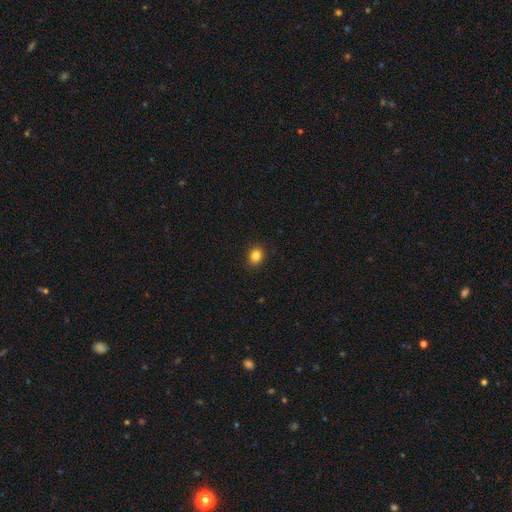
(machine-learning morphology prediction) This appears to be a smooth galaxy with no disk features (85%) that is round (72%). Merging: none (90%).